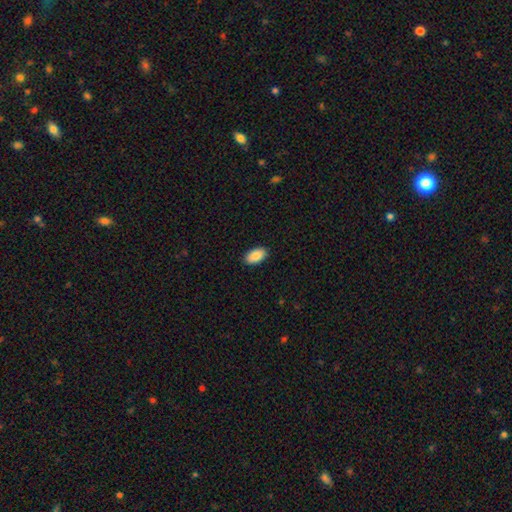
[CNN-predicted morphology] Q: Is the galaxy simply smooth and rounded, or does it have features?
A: smooth — 89%.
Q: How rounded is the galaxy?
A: in between — 95%.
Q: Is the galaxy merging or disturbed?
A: none — 90%.